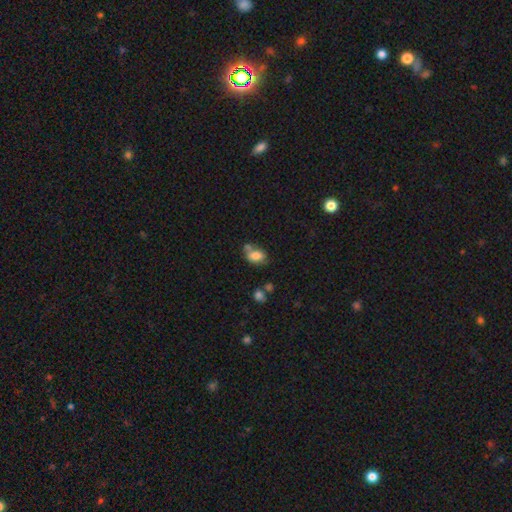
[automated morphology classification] Overall: smooth (79%). How rounded: in between (81%). Merging: none (45%; merger 31%).